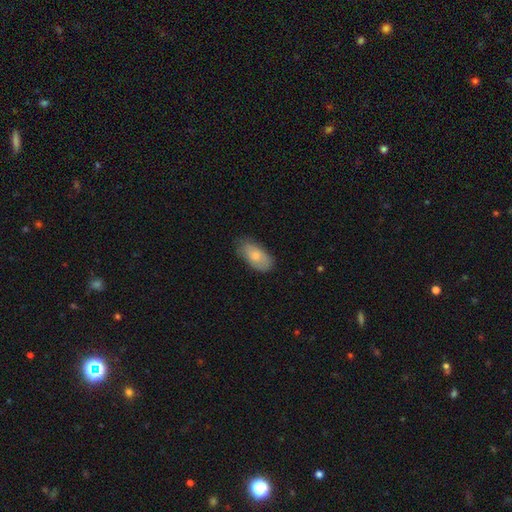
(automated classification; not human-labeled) Smooth or featured?
  - smooth: 71% *
  - featured or disk: 23%
  - star or artifact: 6%
How rounded?
  - in between: 92% *
  - round: 4%
  - cigar-shaped: 4%
Merging?
  - none: 69% *
  - minor disturbance: 25%
  - major disturbance: 5%
  - merger: 1%